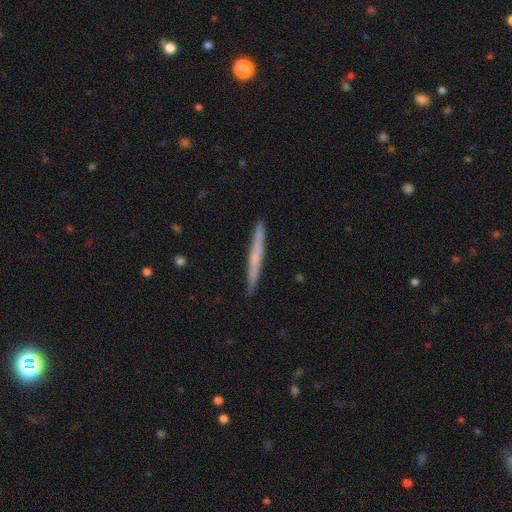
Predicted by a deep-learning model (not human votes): Smooth or featured: smooth — 49% (featured or disk — 45%)
Merging: none — 91% (minor disturbance — 7%)